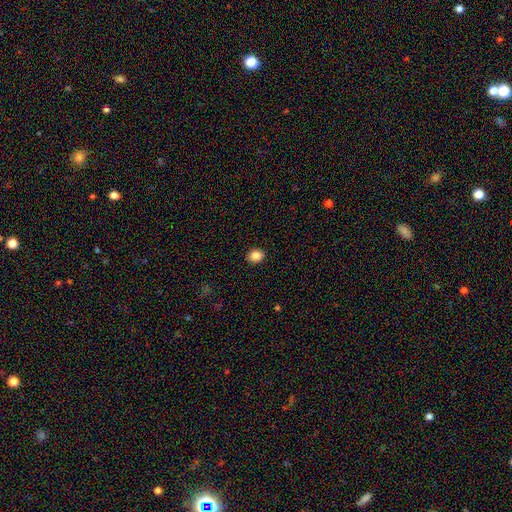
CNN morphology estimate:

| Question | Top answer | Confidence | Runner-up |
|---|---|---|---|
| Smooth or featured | smooth | 86% | star or artifact (10%) |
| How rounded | round | 57% | in between (42%) |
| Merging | none | 91% | minor disturbance (6%) |